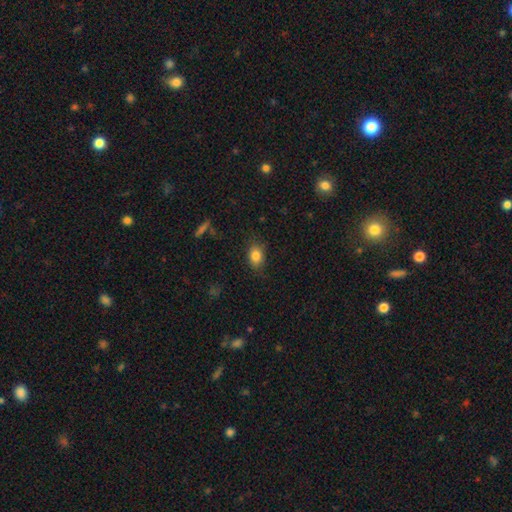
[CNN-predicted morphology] smooth-or-featured: smooth: 83% | star or artifact: 9% | featured or disk: 7%
  how-rounded: in between: 74% | round: 24% | cigar-shaped: 2%
  merging: none: 80% | minor disturbance: 15% | major disturbance: 4% | merger: 1%